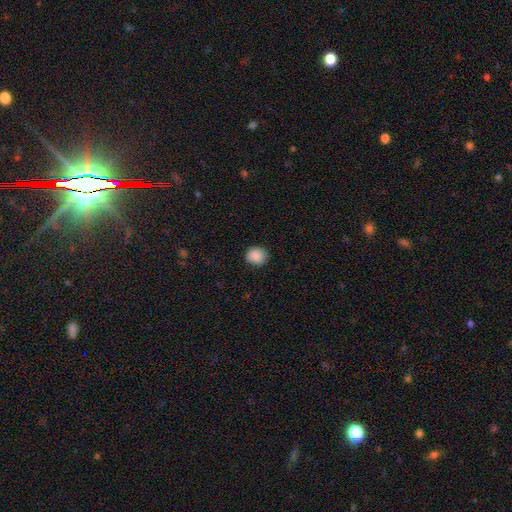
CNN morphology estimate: Overall: smooth (89%). How rounded: round (79%). Merging: none (88%).